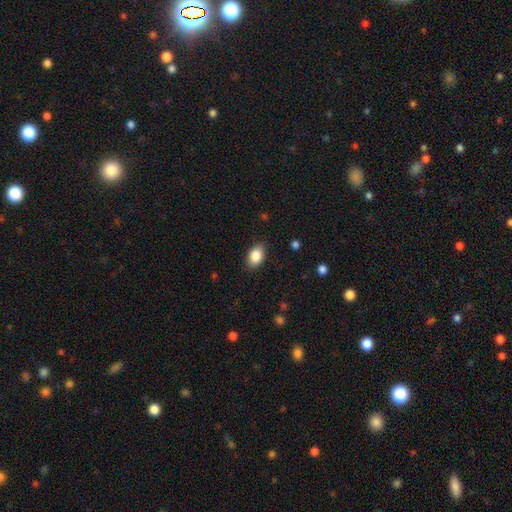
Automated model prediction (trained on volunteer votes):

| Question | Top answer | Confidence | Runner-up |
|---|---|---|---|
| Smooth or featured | smooth | 86% | star or artifact (7%) |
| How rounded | in between | 87% | round (11%) |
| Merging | none | 86% | minor disturbance (10%) |